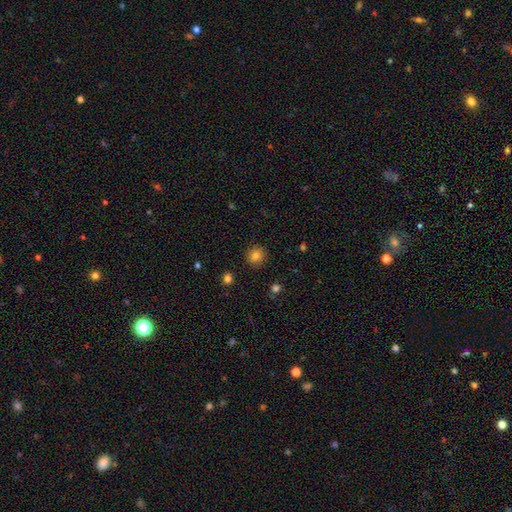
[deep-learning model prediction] A smooth galaxy with no disk features (83%) that is round (90%). Merging: none (91%).